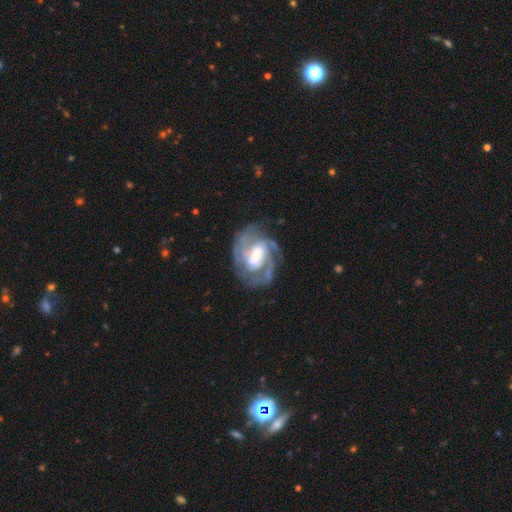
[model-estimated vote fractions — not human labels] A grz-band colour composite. It shows a featured or disk galaxy (91%) with a weak bar (44%), 3 (37%) tight (52%) spiral arms (98%) and a moderate central bulge (48%). Merging: none (73%).